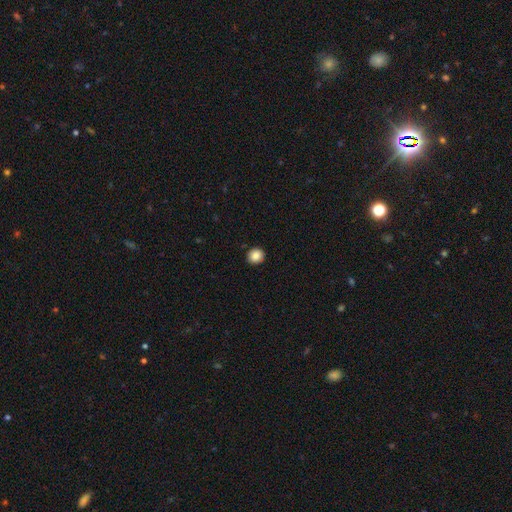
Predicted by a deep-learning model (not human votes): smooth-or-featured: smooth: 87% | star or artifact: 9% | featured or disk: 4%
  how-rounded: round: 88% | in between: 11% | cigar-shaped: 1%
  merging: none: 92% | minor disturbance: 5% | major disturbance: 2% | merger: 1%